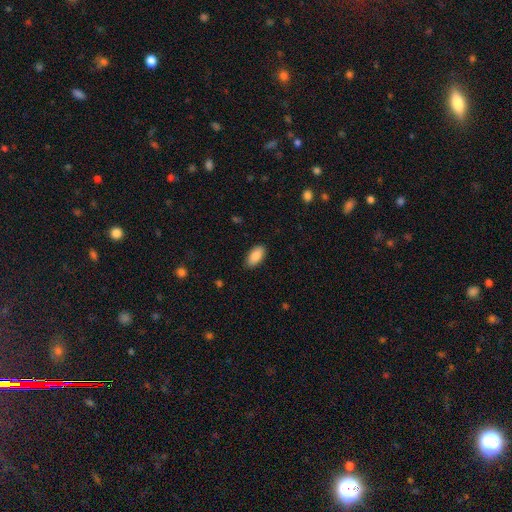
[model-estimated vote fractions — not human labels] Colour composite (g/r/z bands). It shows a smooth galaxy with no disk features (89%) that is in between round and cigar-shaped (94%). Merging: none (87%).